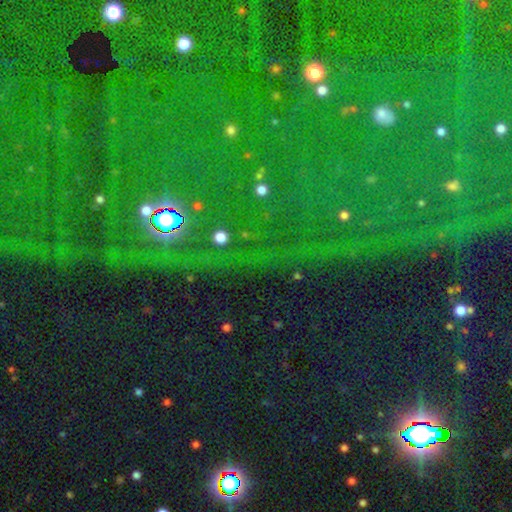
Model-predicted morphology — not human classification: This appears to be a star or artifact, not a galaxy (83%).